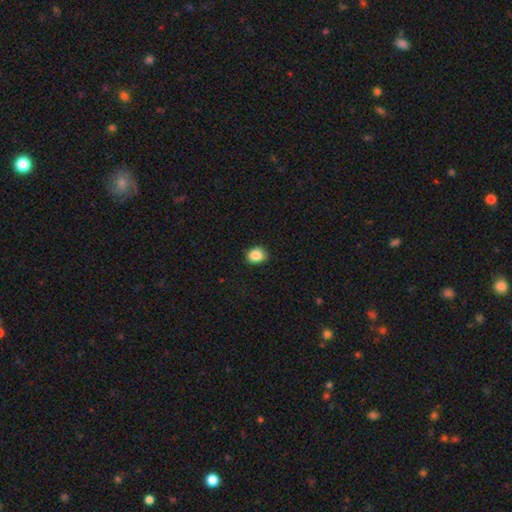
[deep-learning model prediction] Smooth or featured? Predicted: smooth (p=0.87). How rounded? Predicted: round (p=0.52). Merging? Predicted: none (p=0.83).